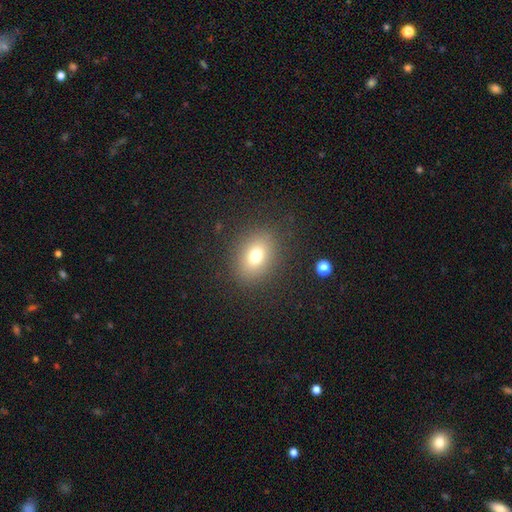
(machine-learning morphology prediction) Smooth or featured? Predicted: smooth (p=0.74). How rounded? Predicted: in between (p=0.58). Merging? Predicted: none (p=0.86).